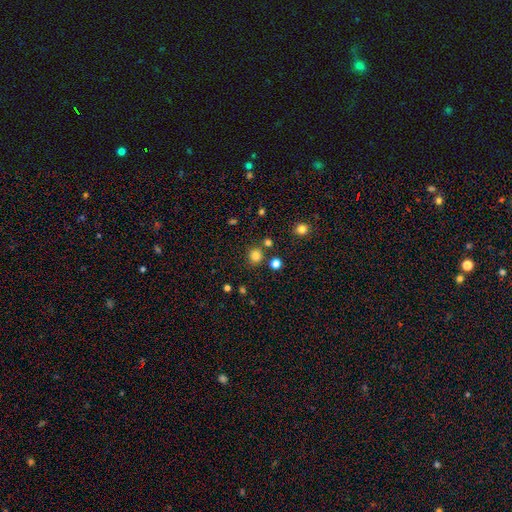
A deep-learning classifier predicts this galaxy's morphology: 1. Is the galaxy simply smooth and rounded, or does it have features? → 81% smooth, 14% star or artifact, 5% featured or disk.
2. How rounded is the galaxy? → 90% round, 9% in between, 1% cigar-shaped.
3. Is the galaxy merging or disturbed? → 83% none, 8% minor disturbance, 7% merger, 3% major disturbance.